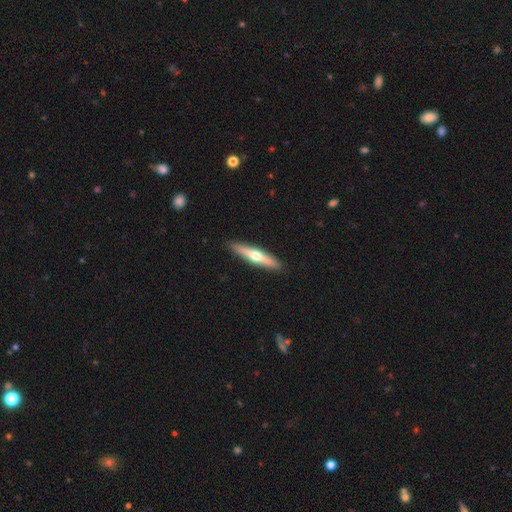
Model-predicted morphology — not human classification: Smooth or featured: featured or disk — 54% (smooth — 41%)
Edge-on disk: yes — 94% (no — 6%)
Edge-on bulge: rounded — 91% (none — 6%)
Merging: none — 91% (minor disturbance — 7%)